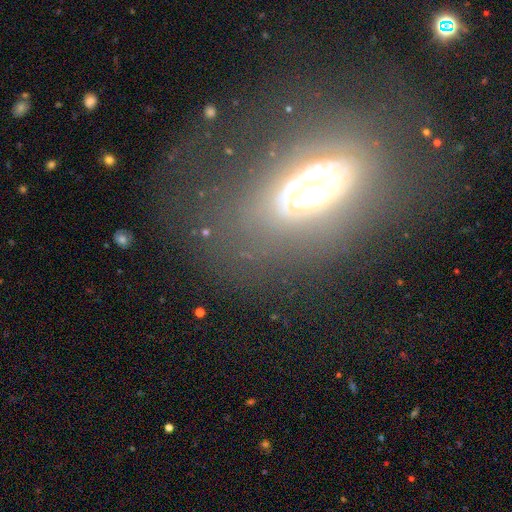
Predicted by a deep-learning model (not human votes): Smooth or featured? featured or disk (71%)
Edge-on disk? no (87%)
Bar? no (80%)
Spiral arms? yes (63%)
Bulge size? moderate (45%)
Merging? none (62%)